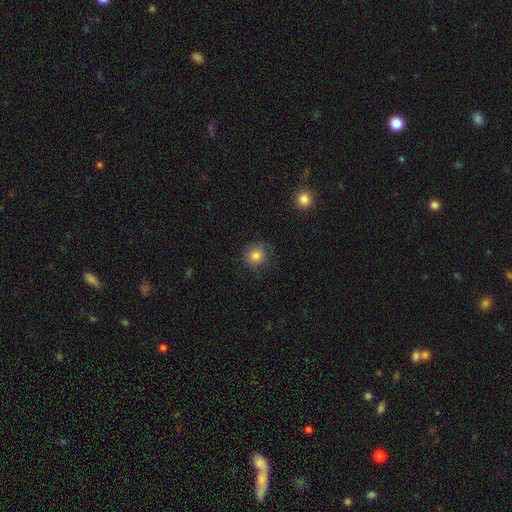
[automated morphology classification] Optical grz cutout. It shows a smooth galaxy with no disk features (83%) that is round (89%). Merging: none (77%).